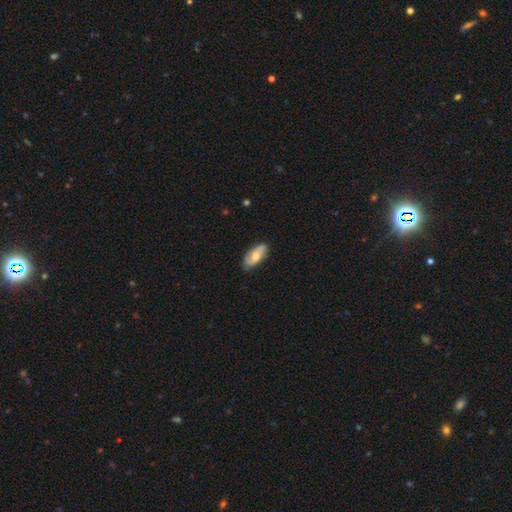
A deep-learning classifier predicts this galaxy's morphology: Overall: smooth (53%; featured or disk 41%). How rounded: in between (85%). Merging: none (78%).